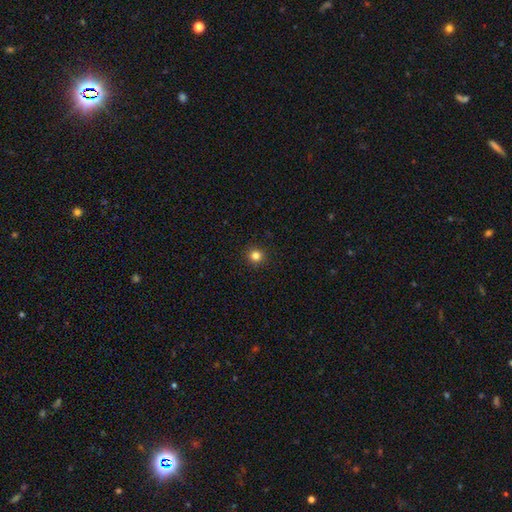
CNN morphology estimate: This appears to be a smooth galaxy with no disk features (83%) that is round (94%). Merging: none (93%).